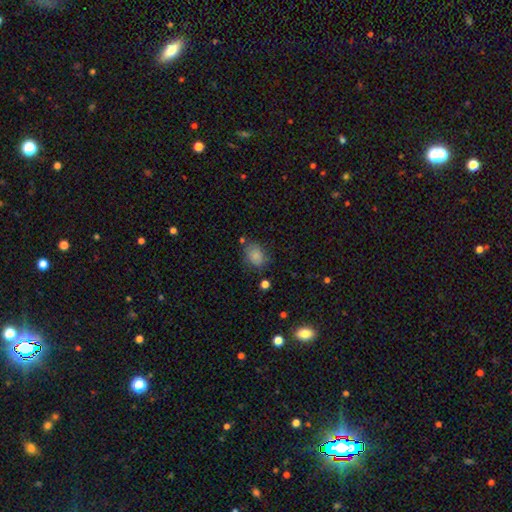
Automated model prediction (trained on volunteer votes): Smooth or featured? smooth (83%)
How rounded? in between (64%)
Merging? none (67%)